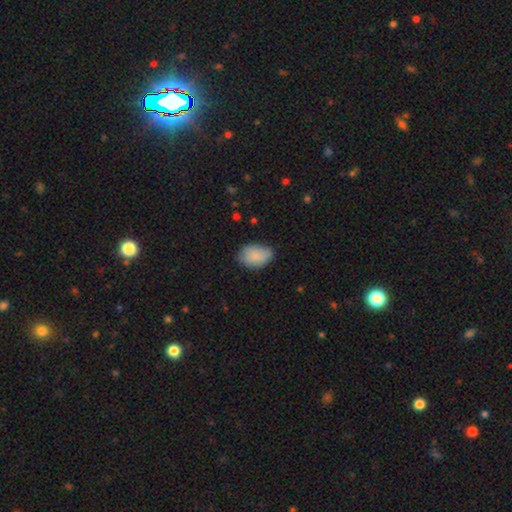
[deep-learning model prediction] smooth_or_featured: smooth (p=0.87) [alt: star or artifact p=0.07]
how_rounded: in between (p=0.86) [alt: round p=0.12]
merging: none (p=0.73) [alt: minor disturbance p=0.22]